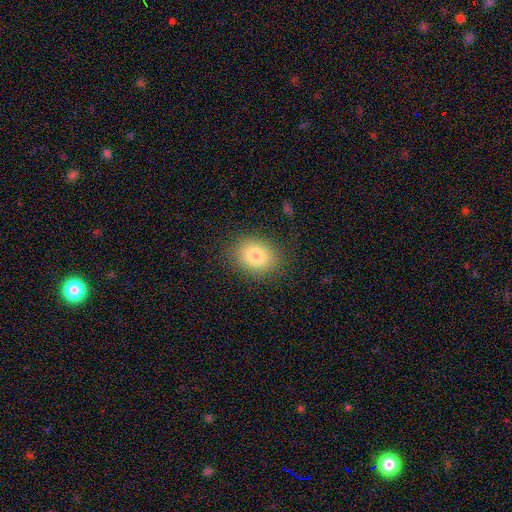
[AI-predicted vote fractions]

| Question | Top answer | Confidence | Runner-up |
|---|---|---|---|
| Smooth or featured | smooth | 81% | star or artifact (10%) |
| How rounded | in between | 53% | round (46%) |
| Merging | none | 85% | minor disturbance (10%) |